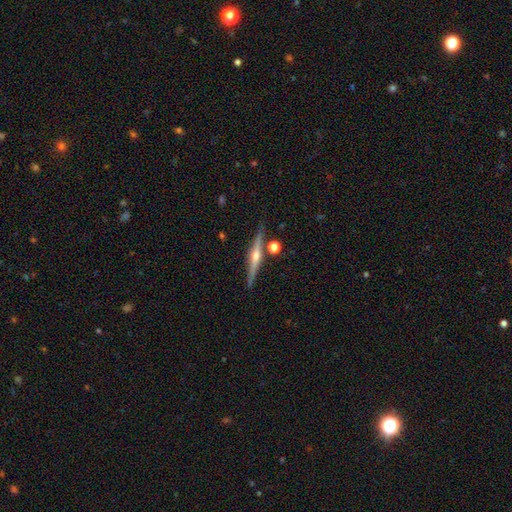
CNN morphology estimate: Overall: featured or disk (81%). Edge-on disk: yes (98%). Edge-on bulge: rounded (89%). Merging: none (87%).